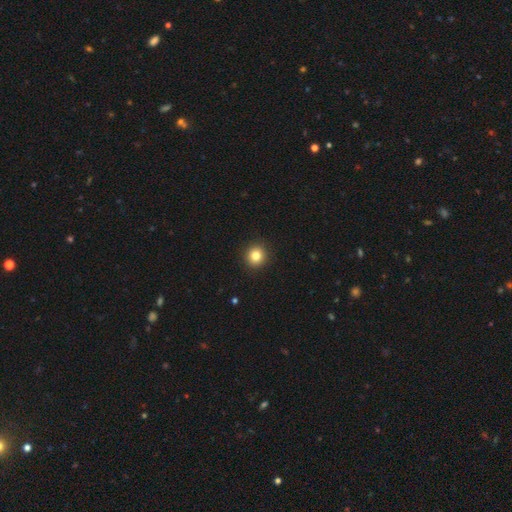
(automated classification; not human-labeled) This appears to be a smooth galaxy with no disk features (82%) that is round (91%). Merging: none (93%).